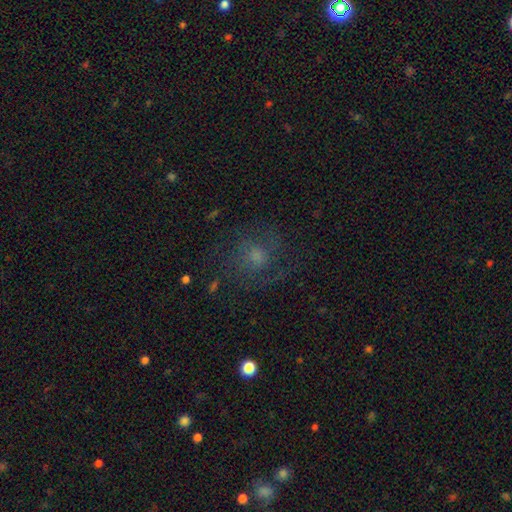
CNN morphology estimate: The model was most divided on "smooth or featured" (2-way tie): featured or disk: 41%, smooth: 41%, star or artifact: 18%. More confident: merging — none (66%).